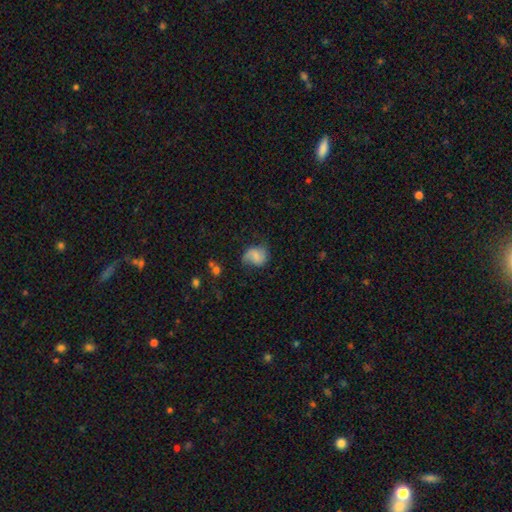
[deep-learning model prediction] This is possibly a smooth galaxy (55%). How rounded: possibly in between (50%). Merging: possibly none (53%).